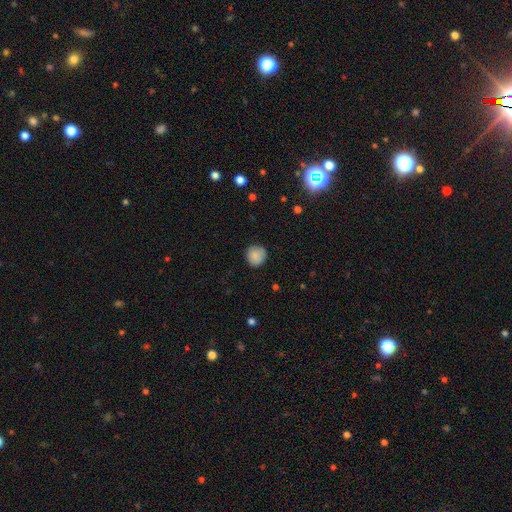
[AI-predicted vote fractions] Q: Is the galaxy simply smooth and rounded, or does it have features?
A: smooth — 87%.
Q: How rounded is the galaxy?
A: round — 92%.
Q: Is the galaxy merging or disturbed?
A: none — 86%.